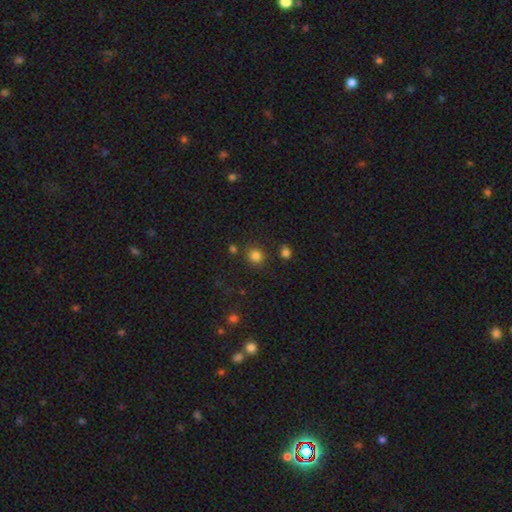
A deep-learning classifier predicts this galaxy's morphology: type=smooth (82%); roundness=round (79%); merging=none (80%).